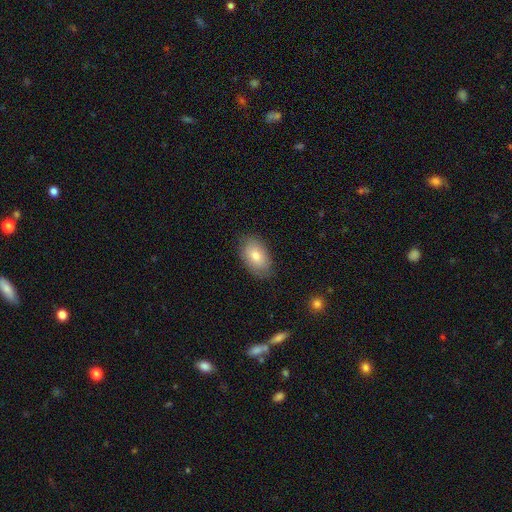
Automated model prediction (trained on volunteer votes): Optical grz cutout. It shows a smooth galaxy with no disk features (78%) that is in between round and cigar-shaped (91%). Merging: none (83%).